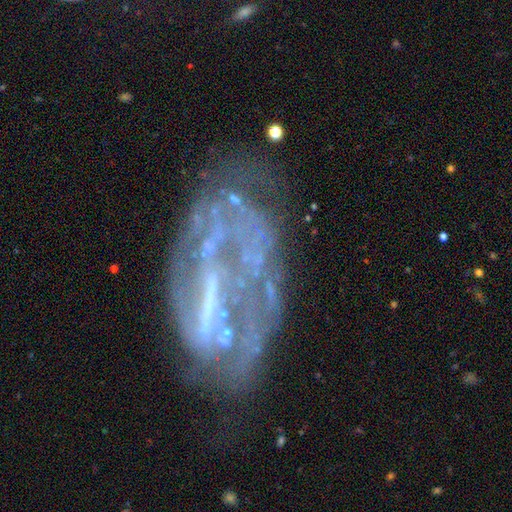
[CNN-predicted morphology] smooth-or-featured: featured or disk: 77% | star or artifact: 11% | smooth: 11%
  disk-edge-on: no: 93% | yes: 7%
    bar: strong: 43% | no: 31% | weak: 26%
    has-spiral-arms: no: 55% | yes: 45%
    bulge-size: none: 59% | small: 20% | moderate: 16% | large: 4% | dominant: 2%
  merging: none: 37% | major disturbance: 34% | minor disturbance: 21% | merger: 7%